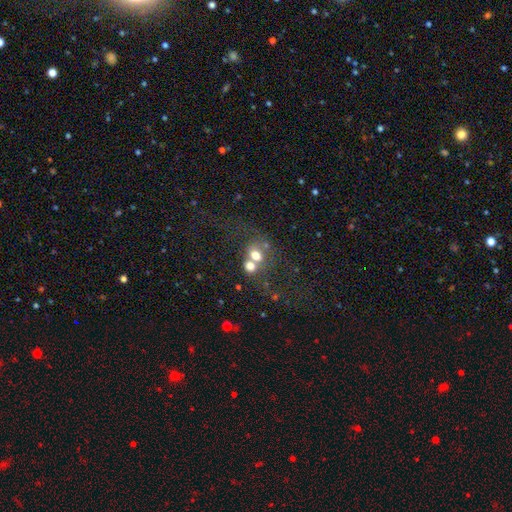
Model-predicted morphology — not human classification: Q: Smooth or featured?
A: smooth (64%); runner-up: featured or disk (20%)
Q: How rounded?
A: round (58%); runner-up: in between (41%)
Q: Merging?
A: merger (54%); runner-up: none (29%)